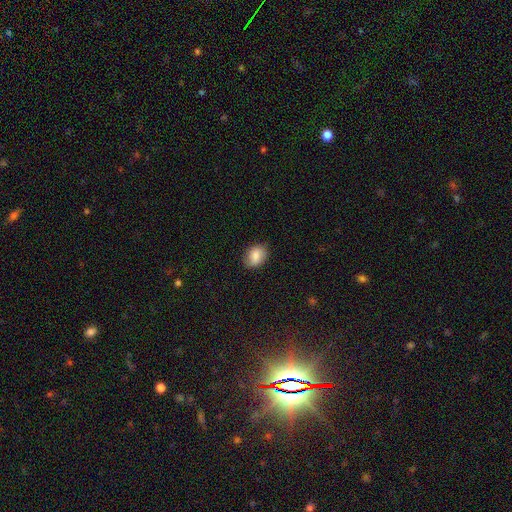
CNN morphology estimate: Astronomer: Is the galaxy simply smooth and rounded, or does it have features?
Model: smooth — 83%.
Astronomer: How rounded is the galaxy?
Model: in between — 65%.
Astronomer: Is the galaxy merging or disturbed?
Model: none — 82%.